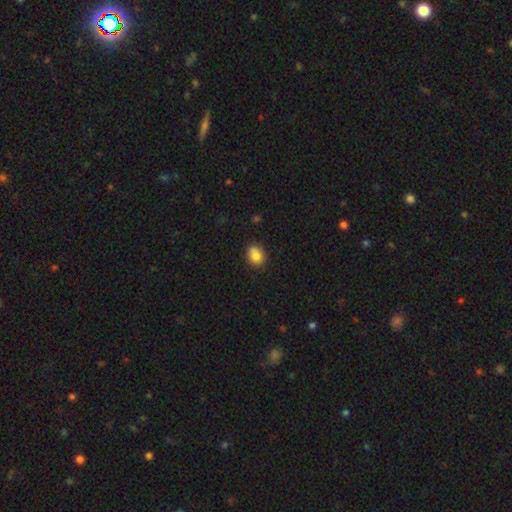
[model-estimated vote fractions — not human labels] This appears to be a smooth galaxy with no disk features (82%) that is in between round and cigar-shaped (51%). Merging: none (68%).